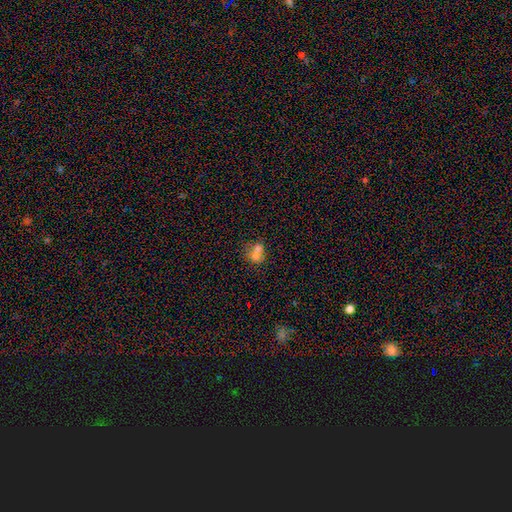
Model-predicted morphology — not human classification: A smooth galaxy with no disk features (66%) that is round (62%).

Vote fractions:
- Smooth or featured? smooth: 66% / featured or disk: 21% / star or artifact: 13%
- How rounded? round: 62% / in between: 37% / cigar-shaped: 1%
- Merging? merger: 66% / none: 24% / minor disturbance: 7% / major disturbance: 4%